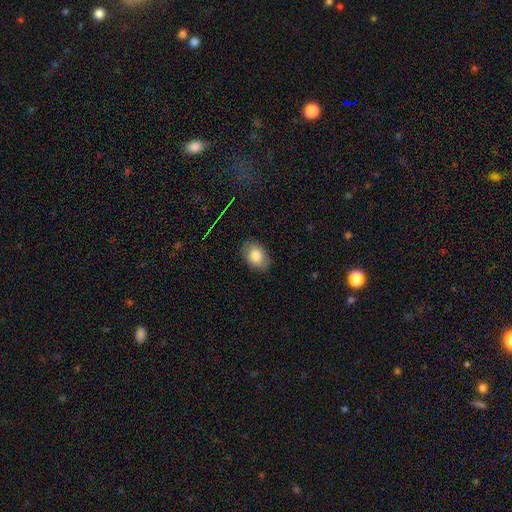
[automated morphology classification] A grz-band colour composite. It shows a smooth galaxy with no disk features (83%) that is in between round and cigar-shaped (83%). Merging: none (83%).